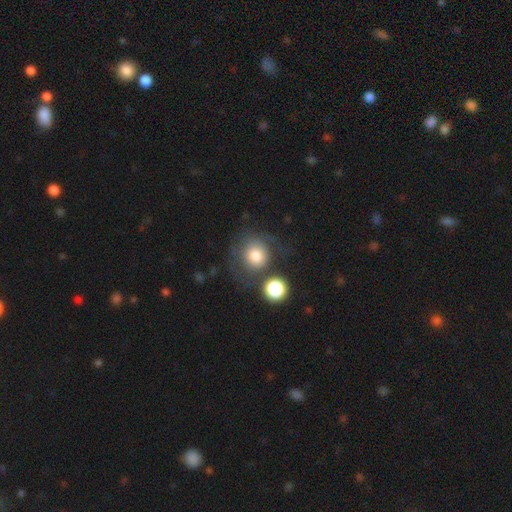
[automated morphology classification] This is likely a smooth galaxy (72%). How rounded: clearly round (85%). Merging: possibly none (52%).